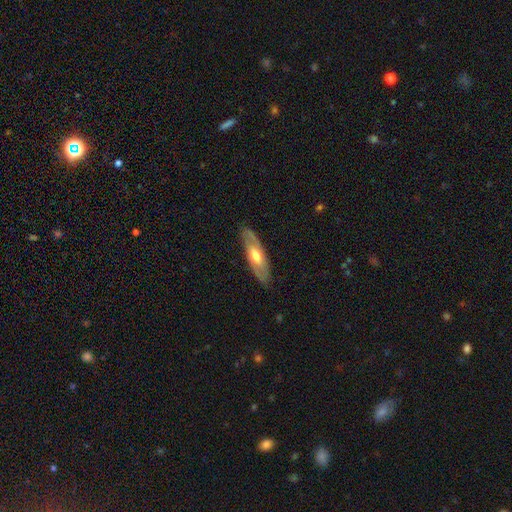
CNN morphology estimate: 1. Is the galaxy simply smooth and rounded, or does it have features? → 61% featured or disk, 34% smooth, 5% star or artifact.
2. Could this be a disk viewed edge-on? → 71% no, 29% yes.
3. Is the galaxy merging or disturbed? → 85% none, 12% minor disturbance, 3% major disturbance, 1% merger.